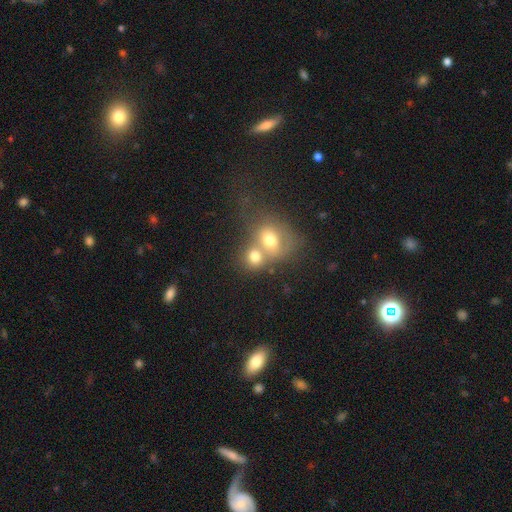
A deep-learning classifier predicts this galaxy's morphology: Smooth or featured? Predicted: smooth (p=0.66). How rounded? Predicted: round (p=0.59). Merging? Predicted: merger (p=0.63).